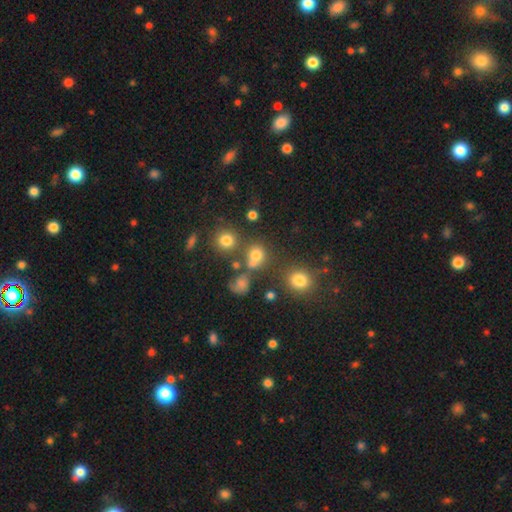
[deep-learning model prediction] smooth_or_featured: smooth (p=0.71) [alt: star or artifact p=0.19]
how_rounded: round (p=0.77) [alt: in between p=0.22]
merging: none (p=0.55) [alt: merger p=0.25]